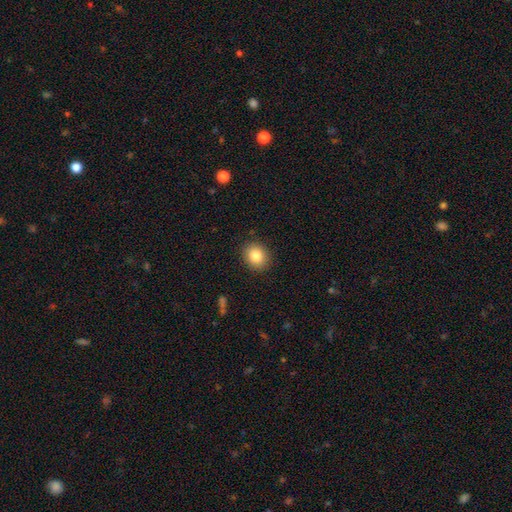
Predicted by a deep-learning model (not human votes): Morphology: type=smooth (84%); roundness=round (63%); merging=none (89%).